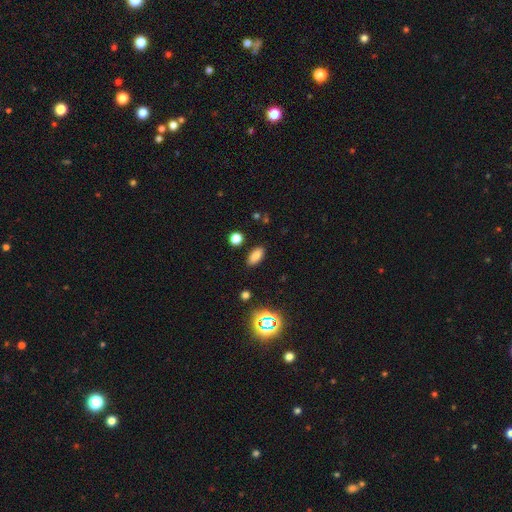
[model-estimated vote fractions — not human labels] Overall: smooth (80%). How rounded: in between (88%). Merging: none (88%).